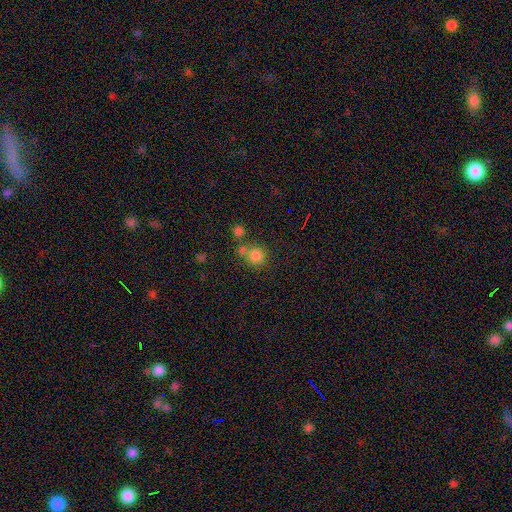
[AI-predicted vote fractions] Smooth or featured?
  - smooth: 79% *
  - star or artifact: 14%
  - featured or disk: 6%
How rounded?
  - round: 90% *
  - in between: 9%
  - cigar-shaped: 1%
Merging?
  - none: 60% *
  - merger: 27%
  - minor disturbance: 9%
  - major disturbance: 4%